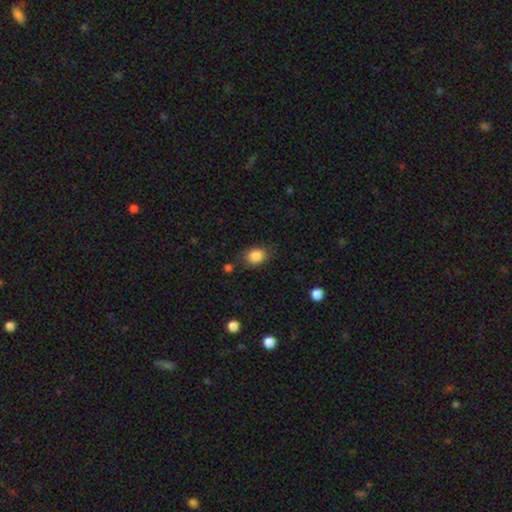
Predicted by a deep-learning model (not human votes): smooth-or-featured: smooth: 86% | star or artifact: 9% | featured or disk: 5%
  how-rounded: in between: 57% | round: 42% | cigar-shaped: 1%
  merging: none: 76% | minor disturbance: 17% | major disturbance: 5% | merger: 3%